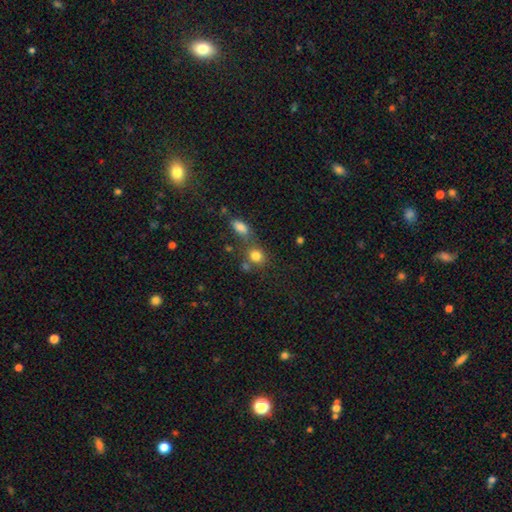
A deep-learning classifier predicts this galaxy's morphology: The model was most divided on "merging": none: 53%, merger: 31%, minor disturbance: 11%, major disturbance: 5%. More confident: smooth or featured — smooth (80%); how rounded — round (70%).